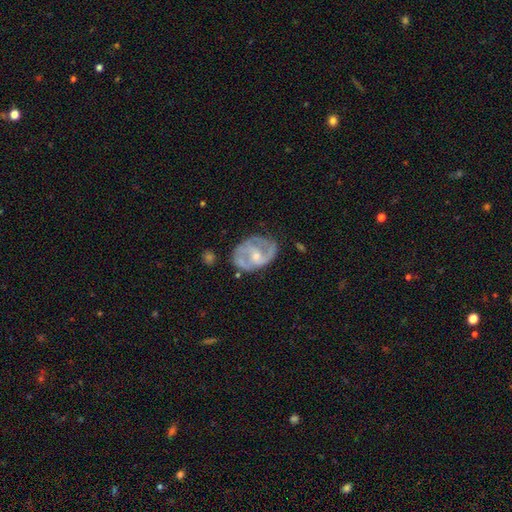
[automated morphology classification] A featured or disk galaxy (74%) with no bar (48%), 2 (51%) medium (45%) spiral arms (74%) and a small central bulge (50%).

Vote fractions:
- Smooth or featured? featured or disk: 74% / smooth: 20% / star or artifact: 6%
- Edge-on disk? no: 97% / yes: 3%
- Bar? no: 48% / weak: 39% / strong: 12%
- Spiral arms? yes: 74% / no: 26%
- Spiral winding? medium: 45% / tight: 28% / loose: 27%
- Spiral arm count? 2: 51% / can't tell: 25% / 3: 14% / 1: 5% / 4: 3% / more than 4: 2%
- Bulge size? small: 50% / moderate: 44% / none: 3% / large: 2% / dominant: 1%
- Merging? none: 54% / minor disturbance: 26% / major disturbance: 17% / merger: 3%